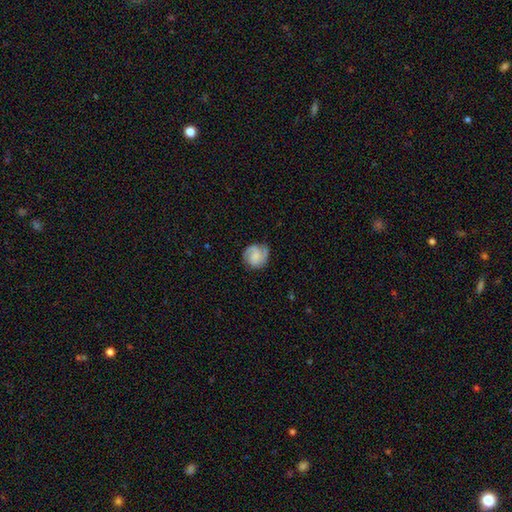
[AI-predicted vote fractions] Smooth or featured? Predicted: featured or disk (p=0.68). Edge-on disk? Predicted: no (p=0.98). Bar? Predicted: no (p=0.58). Spiral arms? Predicted: yes (p=0.95). Spiral winding? Predicted: tight (p=0.46). Spiral arm count? Predicted: 2 (p=0.72). Bulge size? Predicted: small (p=0.38). Merging? Predicted: none (p=0.76).